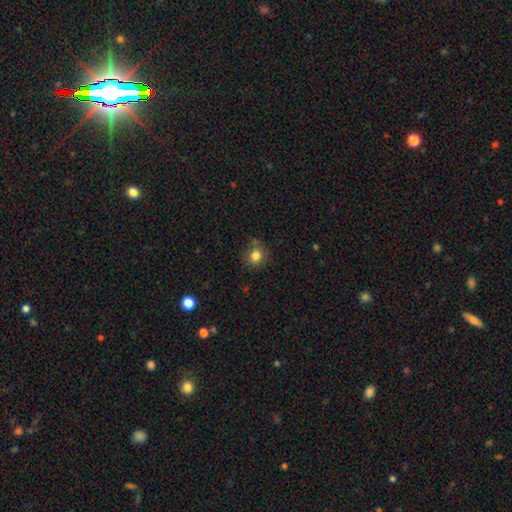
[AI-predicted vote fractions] Smooth or featured? Predicted: smooth (p=0.81). How rounded? Predicted: round (p=0.69). Merging? Predicted: none (p=0.77).